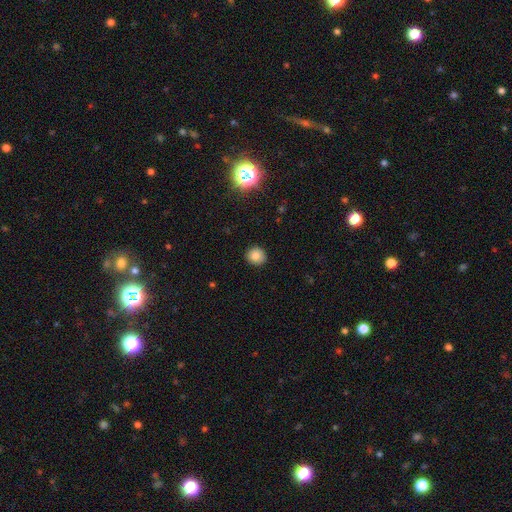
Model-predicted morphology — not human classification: Smooth or featured? Predicted: smooth (p=0.81). How rounded? Predicted: round (p=0.91). Merging? Predicted: none (p=0.91).